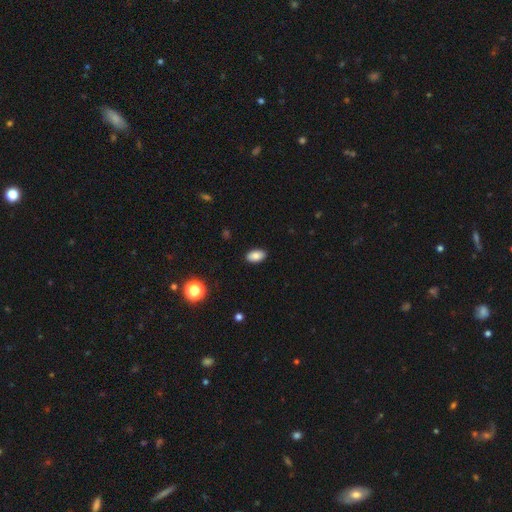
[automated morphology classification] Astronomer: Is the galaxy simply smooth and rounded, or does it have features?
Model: smooth — 83%.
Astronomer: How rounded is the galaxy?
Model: in between — 93%.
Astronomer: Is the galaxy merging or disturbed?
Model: none — 89%.